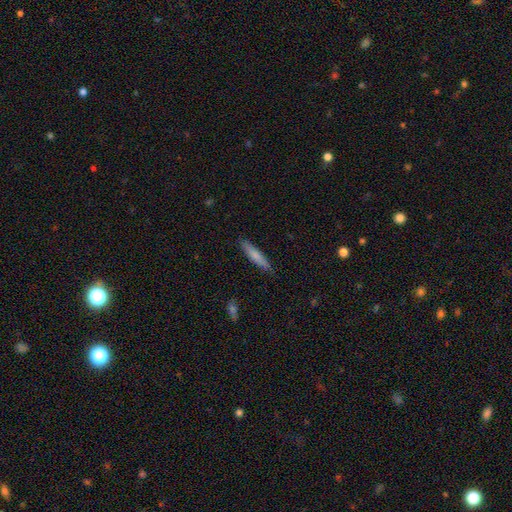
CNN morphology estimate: smooth_or_featured: smooth (p=0.75) [alt: featured or disk p=0.19]
how_rounded: cigar-shaped (p=0.88) [alt: in between p=0.11]
merging: none (p=0.86) [alt: minor disturbance p=0.11]